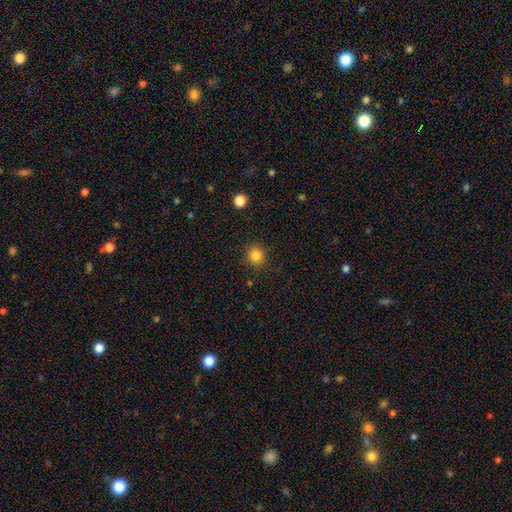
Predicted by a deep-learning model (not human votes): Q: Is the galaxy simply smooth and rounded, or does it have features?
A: smooth — 84%.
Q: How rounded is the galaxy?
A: round — 90%.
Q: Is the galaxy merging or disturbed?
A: none — 89%.